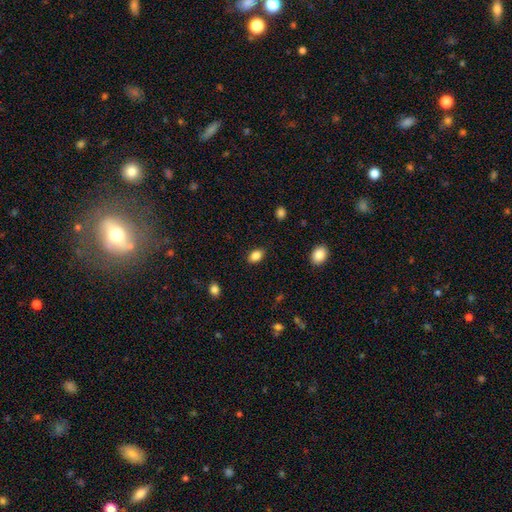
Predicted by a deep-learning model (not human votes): This is clearly a smooth galaxy (86%). How rounded: clearly in between (85%). Merging: clearly none (86%).